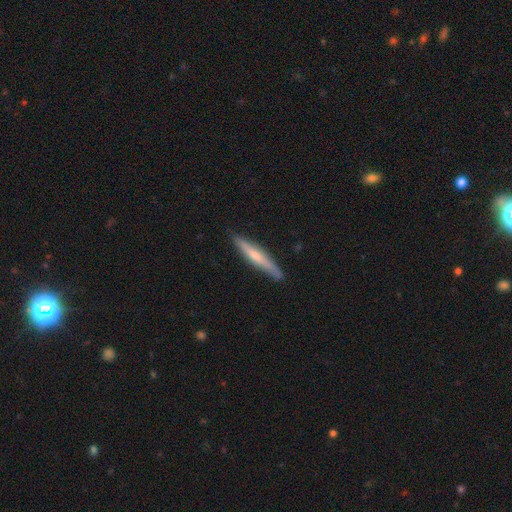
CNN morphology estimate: Q: Smooth or featured?
A: smooth (48%); runner-up: featured or disk (46%)
Q: Merging?
A: none (85%); runner-up: minor disturbance (12%)